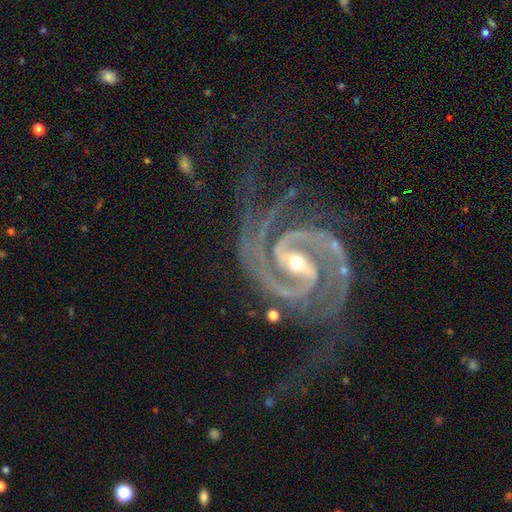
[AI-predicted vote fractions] The model was most divided on "spiral winding": tight: 47%, medium: 46%, loose: 7%. Remaining: spiral arms — yes (99%); edge-on disk — no (98%); smooth or featured — featured or disk (94%); spiral arm count — 2 (72%); merging — none (59%); bulge size — small (53%); bar — strong (45%).